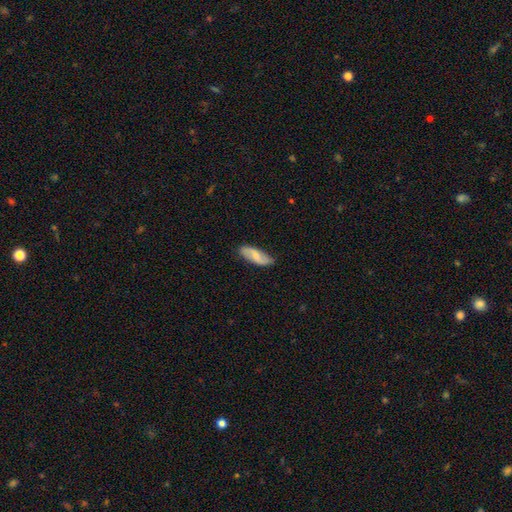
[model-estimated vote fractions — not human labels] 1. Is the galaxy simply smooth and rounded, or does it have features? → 55% smooth, 39% featured or disk, 6% star or artifact.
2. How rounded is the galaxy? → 71% in between, 27% cigar-shaped, 2% round.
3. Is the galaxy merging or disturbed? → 77% none, 18% minor disturbance, 3% major disturbance, 1% merger.